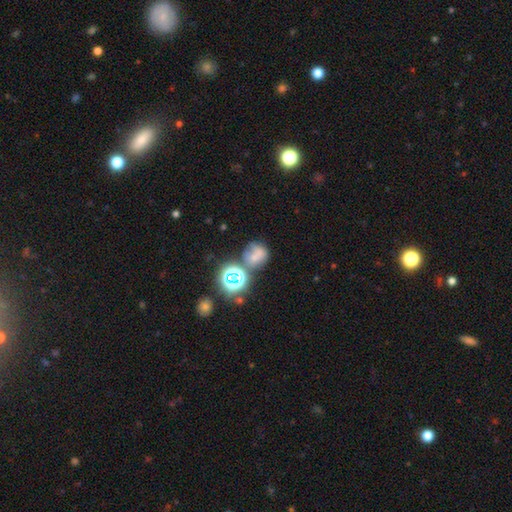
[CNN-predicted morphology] type=smooth (57%); roundness=round (72%); merging=none (42%).